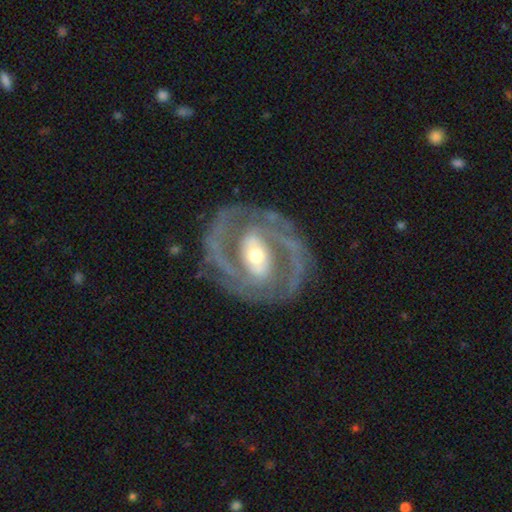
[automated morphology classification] type=featured or disk (89%); edge-on=no (97%); bar=strong (38%); spiral arms=yes (93%); winding=medium (45%, tied with tight); arm count=2 (82%); bulge=moderate (58%); merging=none (79%).